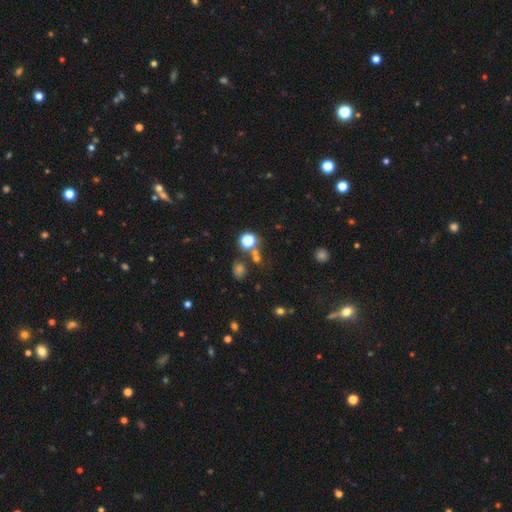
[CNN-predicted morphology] This appears to be a smooth galaxy with no disk features (48%). Merging: none (69%).